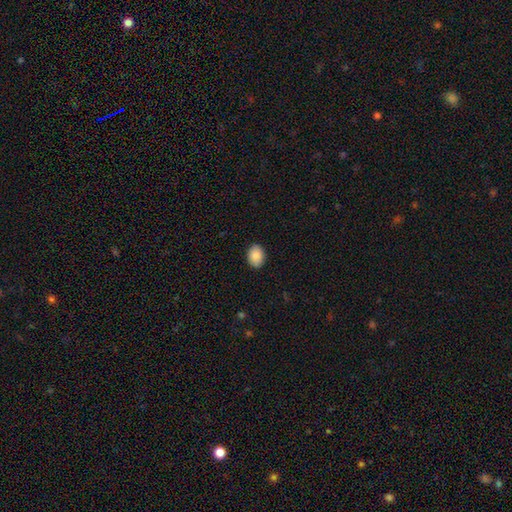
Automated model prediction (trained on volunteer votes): Smooth or featured: smooth — 88% (star or artifact — 7%)
How rounded: in between — 73% (round — 26%)
Merging: none — 89% (minor disturbance — 8%)